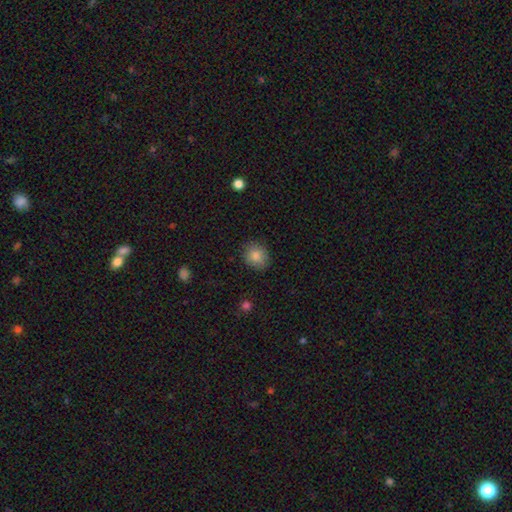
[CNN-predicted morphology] A smooth galaxy with no disk features (84%) that is round (69%).

Vote fractions:
- Smooth or featured? smooth: 84% / star or artifact: 9% / featured or disk: 7%
- How rounded? round: 69% / in between: 30% / cigar-shaped: 1%
- Merging? none: 87% / minor disturbance: 10% / major disturbance: 2% / merger: 1%